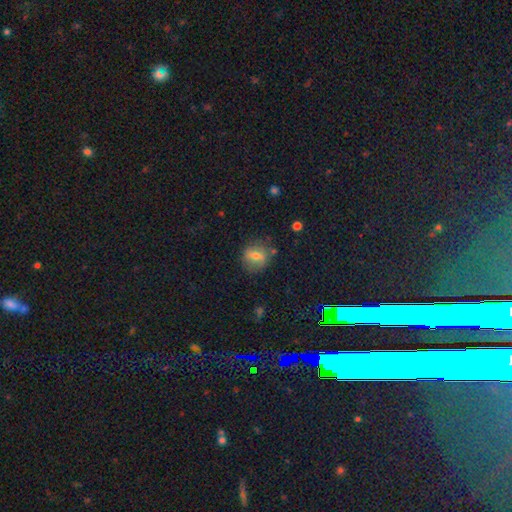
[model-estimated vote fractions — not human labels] Smooth or featured? Predicted: smooth (p=0.61). How rounded? Predicted: round (p=0.72). Merging? Predicted: none (p=0.76).